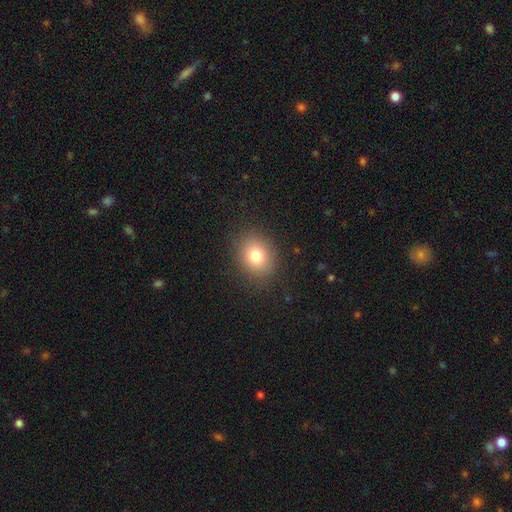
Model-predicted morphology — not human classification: Smooth or featured? smooth (78%)
How rounded? round (59%)
Merging? none (87%)